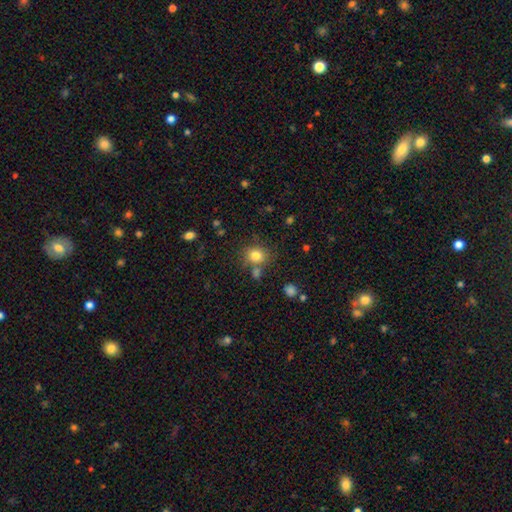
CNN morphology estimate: The model was most divided on "how rounded": round: 71%, in between: 28%, cigar-shaped: 1%. More confident: smooth or featured — smooth (81%); merging — none (71%).